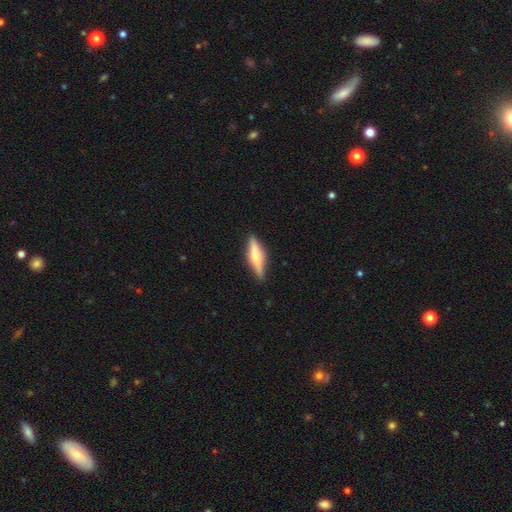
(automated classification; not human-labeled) Morphology: type=smooth (48%); merging=none (87%).